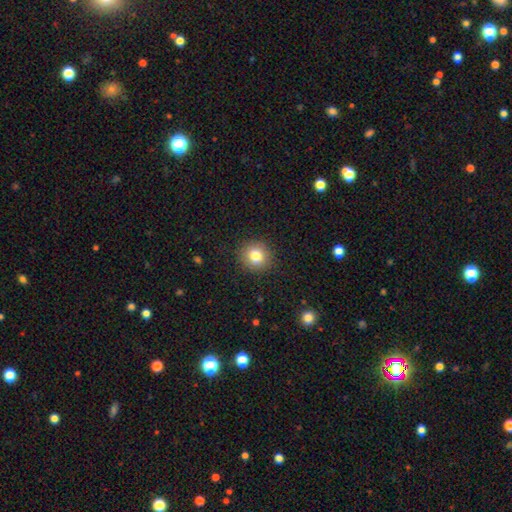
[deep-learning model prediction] smooth 81%, star or artifact 11%, featured or disk 8%. Down the decision tree: how rounded — round (89%); merging — none (90%).